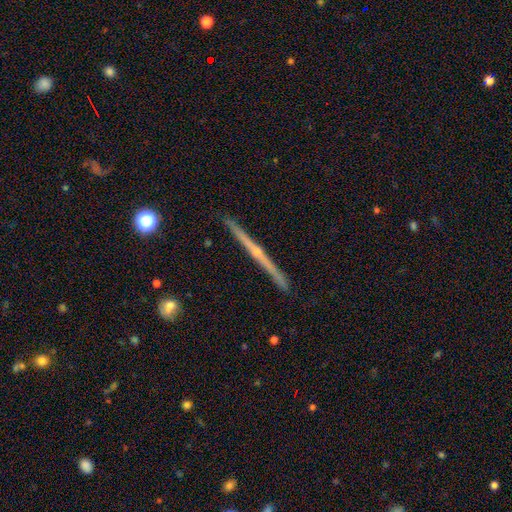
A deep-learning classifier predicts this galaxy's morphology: smooth-or-featured: featured or disk: 77% | smooth: 16% | star or artifact: 7%
  disk-edge-on: yes: 98% | no: 2%
    edge-on-bulge: rounded: 56% | none: 38% | boxy: 6%
  merging: none: 91% | minor disturbance: 6% | merger: 1% | major disturbance: 1%